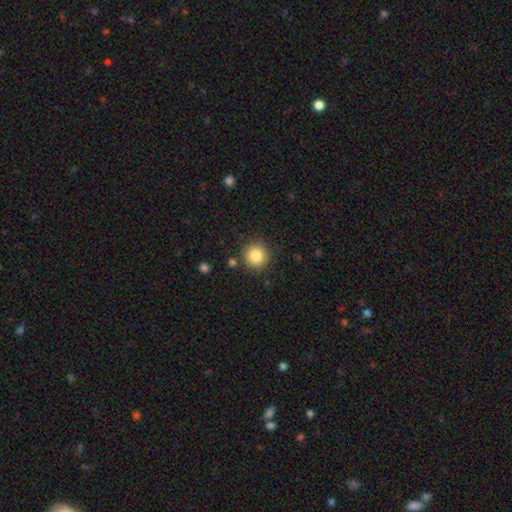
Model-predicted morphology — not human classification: The model was most divided on "smooth or featured": smooth: 84%, star or artifact: 10%, featured or disk: 6%. More confident: how rounded — round (93%); merging — none (87%).